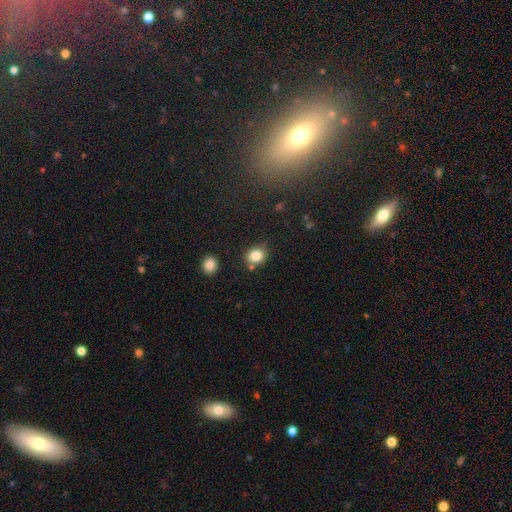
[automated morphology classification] Overall: smooth (83%). How rounded: round (62%; in between 37%). Merging: none (72%).